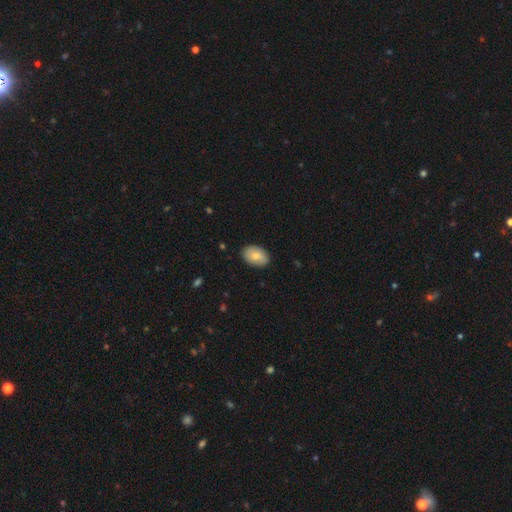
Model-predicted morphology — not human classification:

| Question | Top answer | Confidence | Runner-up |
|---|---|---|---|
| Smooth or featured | smooth | 78% | featured or disk (16%) |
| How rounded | in between | 89% | round (9%) |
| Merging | none | 87% | minor disturbance (10%) |